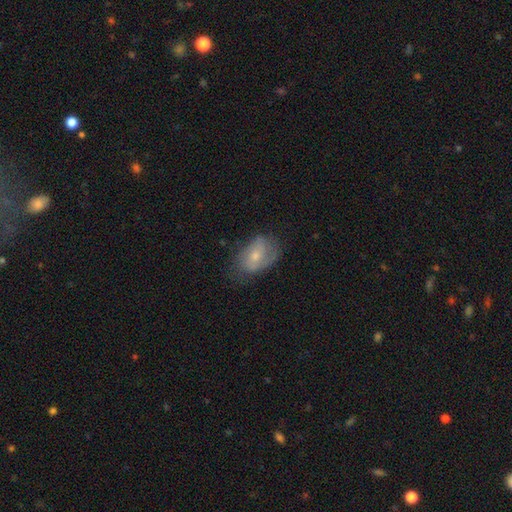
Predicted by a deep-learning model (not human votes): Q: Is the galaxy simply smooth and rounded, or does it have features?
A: featured or disk — 54%.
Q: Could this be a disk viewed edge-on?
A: no — 96%.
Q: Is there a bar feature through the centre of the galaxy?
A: no — 58%.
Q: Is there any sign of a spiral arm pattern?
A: yes — 77%.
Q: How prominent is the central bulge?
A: small — 51%.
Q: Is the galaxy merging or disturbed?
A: none — 58%.